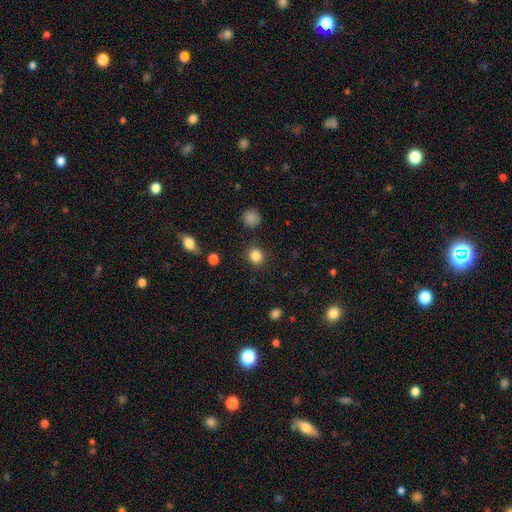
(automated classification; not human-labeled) Q: Smooth or featured?
A: smooth (85%); runner-up: star or artifact (11%)
Q: How rounded?
A: round (83%); runner-up: in between (16%)
Q: Merging?
A: none (89%); runner-up: minor disturbance (7%)